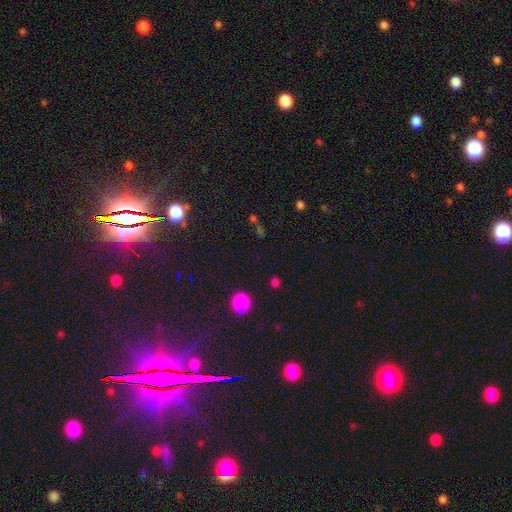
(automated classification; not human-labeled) Smooth or featured? Predicted: smooth (p=0.57). How rounded? Predicted: round (p=0.66). Merging? Predicted: none (p=0.71).